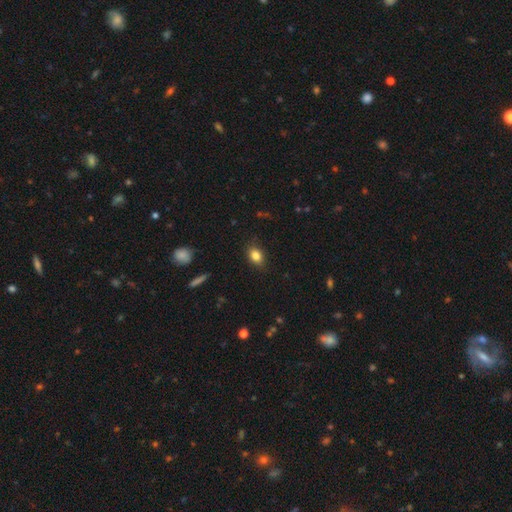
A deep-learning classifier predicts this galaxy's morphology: Smooth or featured: smooth — 83% (star or artifact — 9%)
How rounded: in between — 73% (round — 25%)
Merging: none — 84% (minor disturbance — 12%)